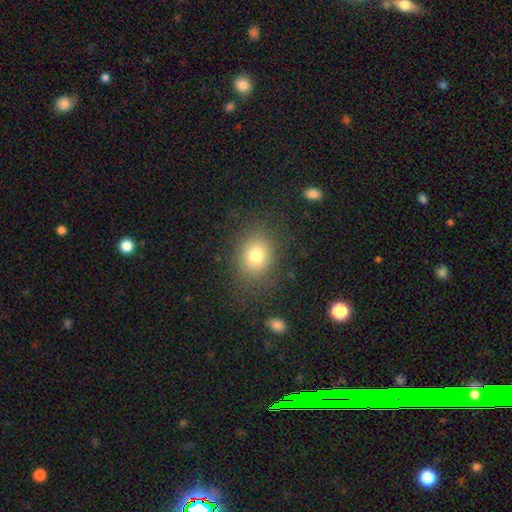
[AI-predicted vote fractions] Smooth or featured: smooth — 77% (star or artifact — 13%)
How rounded: round — 57% (in between — 42%)
Merging: none — 81% (minor disturbance — 11%)